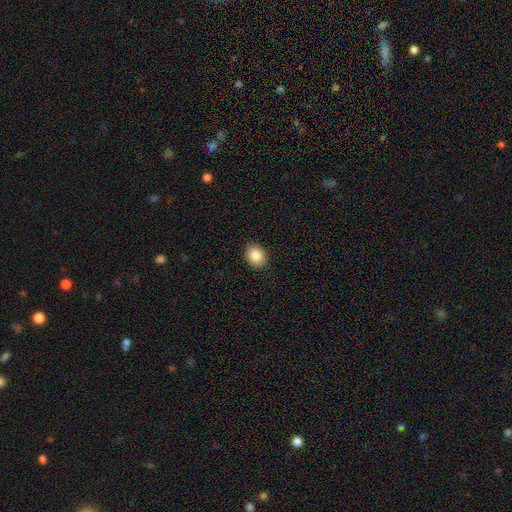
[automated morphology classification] This appears to be a smooth galaxy with no disk features (86%) that is in between round and cigar-shaped (57%). Merging: none (90%).